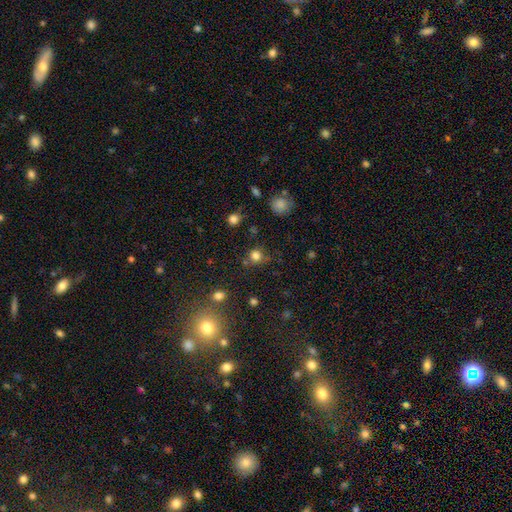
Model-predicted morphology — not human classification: Overall: smooth (79%). How rounded: round (89%). Merging: none (74%).